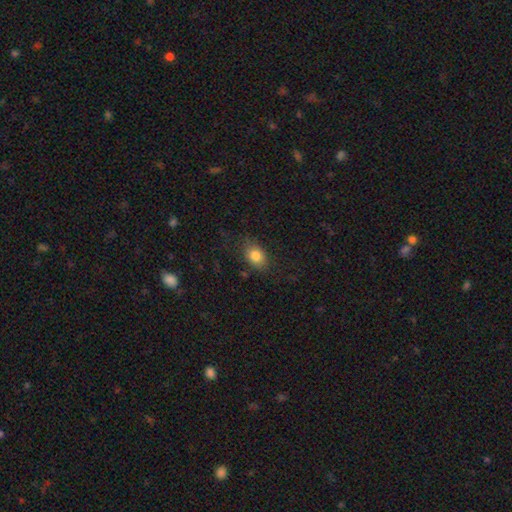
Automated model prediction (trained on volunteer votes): The model was most divided on "how rounded": in between: 76%, round: 22%, cigar-shaped: 2%. More confident: smooth or featured — smooth (81%); merging — none (77%).